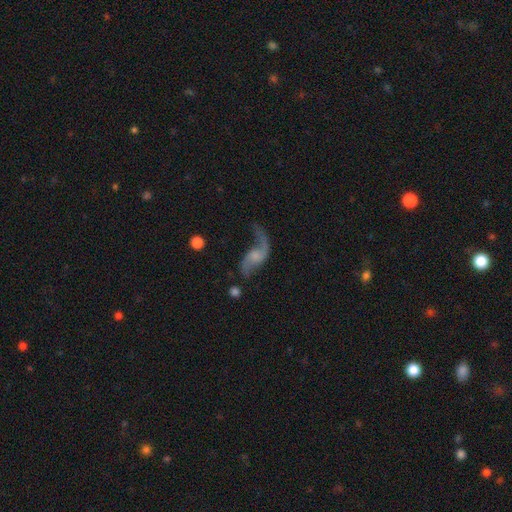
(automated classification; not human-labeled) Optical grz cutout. It shows a featured or disk galaxy (84%) with no bar (57%), 2 (88%) loose (89%) spiral arms (95%) and a small central bulge (35%). Merging: none (57%).